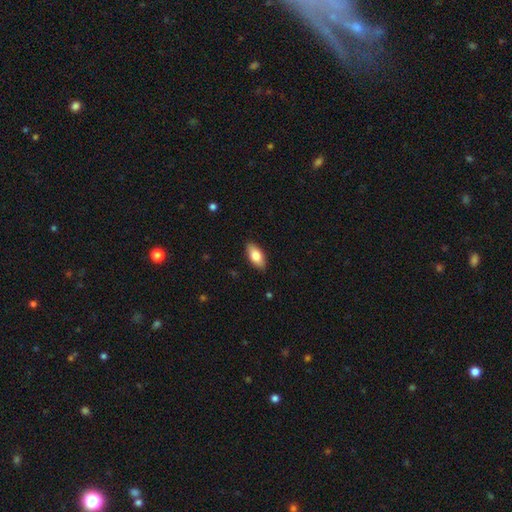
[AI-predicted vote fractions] Smooth or featured? Predicted: smooth (p=0.80). How rounded? Predicted: in between (p=0.90). Merging? Predicted: none (p=0.88).